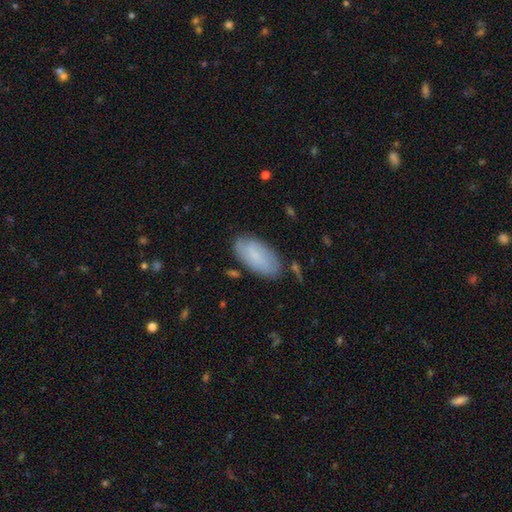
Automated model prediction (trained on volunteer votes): A smooth galaxy with no disk features (67%) that is in between round and cigar-shaped (91%).

Vote fractions:
- Smooth or featured? smooth: 67% / featured or disk: 26% / star or artifact: 7%
- How rounded? in between: 91% / cigar-shaped: 6% / round: 2%
- Merging? none: 74% / minor disturbance: 19% / major disturbance: 4% / merger: 3%